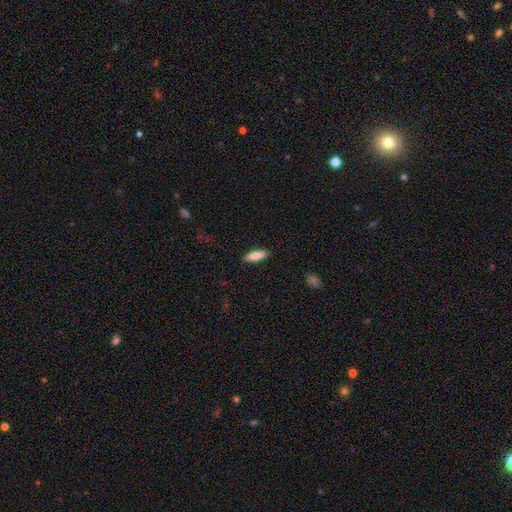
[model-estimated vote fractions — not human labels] Smooth or featured? Predicted: smooth (p=0.78). How rounded? Predicted: in between (p=0.51). Merging? Predicted: none (p=0.89).